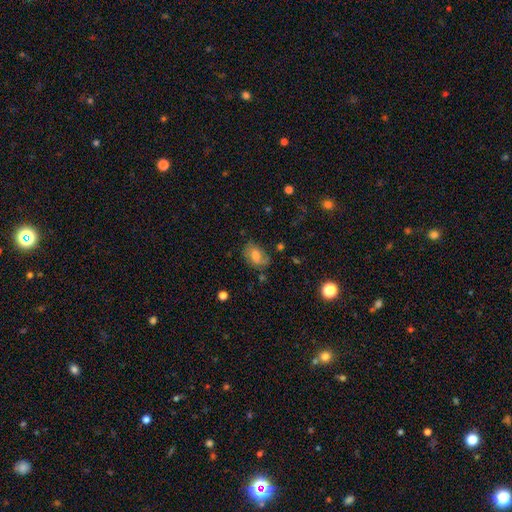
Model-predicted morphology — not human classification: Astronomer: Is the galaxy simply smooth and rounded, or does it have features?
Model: smooth — 56% (runner-up: featured or disk, 34%).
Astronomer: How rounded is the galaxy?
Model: in between — 79%.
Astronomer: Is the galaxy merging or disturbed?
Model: none — 60%.